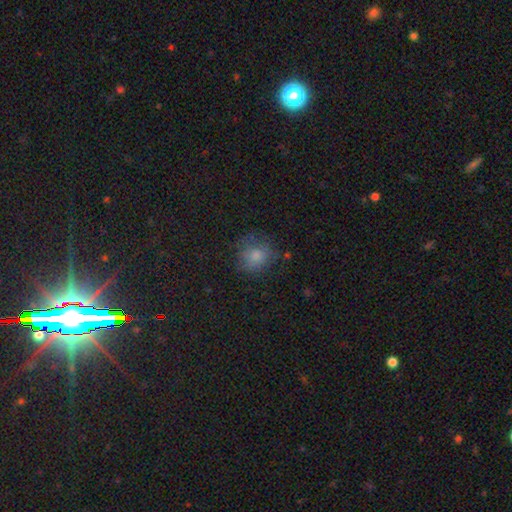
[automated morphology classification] Smooth or featured: smooth — 69% (star or artifact — 21%)
How rounded: round — 82% (in between — 17%)
Merging: none — 75% (minor disturbance — 17%)